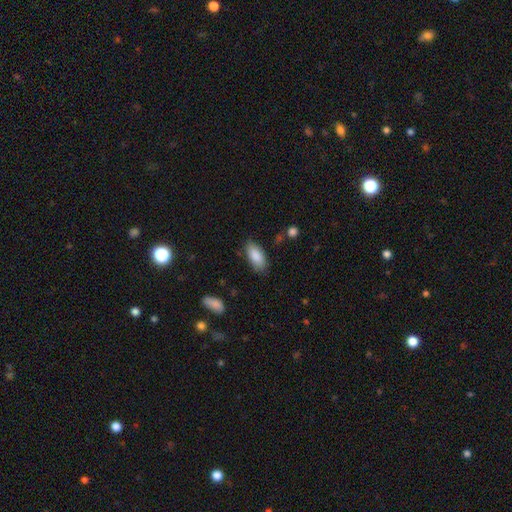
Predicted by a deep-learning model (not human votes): Overall: smooth (87%). How rounded: in between (90%). Merging: none (82%).